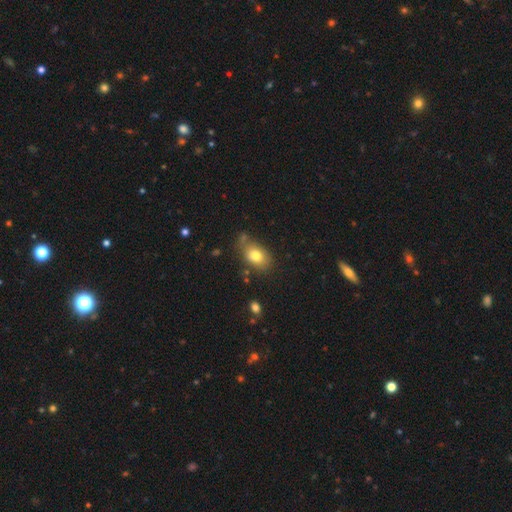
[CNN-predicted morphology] Smooth or featured? Predicted: smooth (p=0.78). How rounded? Predicted: in between (p=0.81). Merging? Predicted: none (p=0.67).